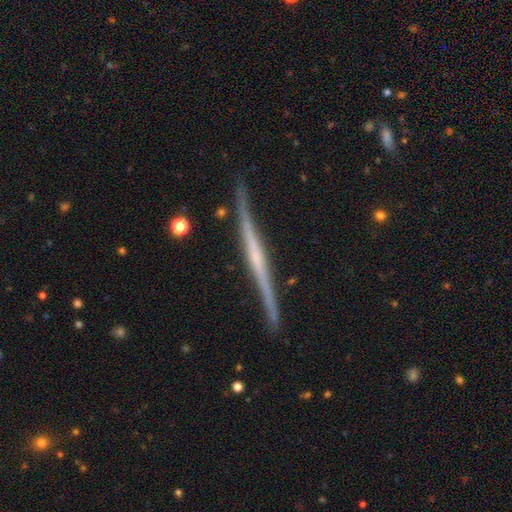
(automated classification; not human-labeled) smooth_or_featured: featured or disk (p=0.79) [alt: smooth p=0.16]
disk_edge_on: yes (p=0.98) [alt: no p=0.02]
edge_on_bulge: none (p=0.59) [alt: rounded p=0.27]
merging: none (p=0.86) [alt: minor disturbance p=0.11]